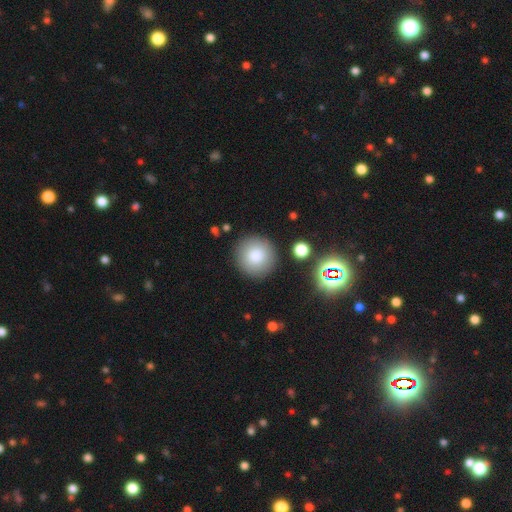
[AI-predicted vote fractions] Smooth or featured: smooth — 83% (star or artifact — 9%)
How rounded: round — 95% (in between — 4%)
Merging: none — 88% (minor disturbance — 7%)